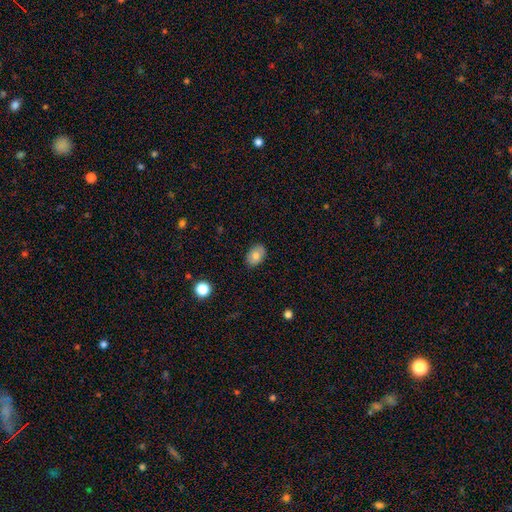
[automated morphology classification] Smooth or featured?
  - smooth: 79% *
  - featured or disk: 13%
  - star or artifact: 8%
How rounded?
  - in between: 85% *
  - round: 14%
  - cigar-shaped: 1%
Merging?
  - none: 87% *
  - minor disturbance: 10%
  - major disturbance: 2%
  - merger: 1%